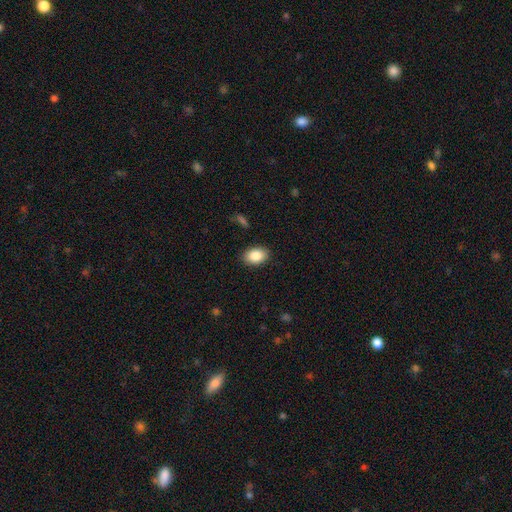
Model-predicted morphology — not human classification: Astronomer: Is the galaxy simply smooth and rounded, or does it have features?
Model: smooth — 86%.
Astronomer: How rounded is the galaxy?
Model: in between — 83%.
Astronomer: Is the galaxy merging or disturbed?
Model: none — 88%.